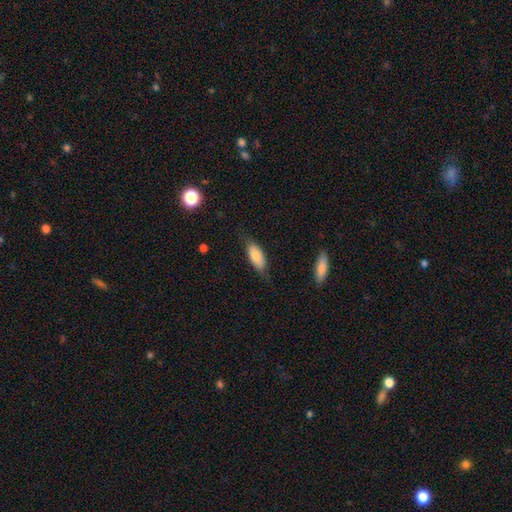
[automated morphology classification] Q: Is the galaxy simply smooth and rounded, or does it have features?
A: smooth — 77%.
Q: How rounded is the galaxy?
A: in between — 78%.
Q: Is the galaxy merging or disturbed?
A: none — 70%.